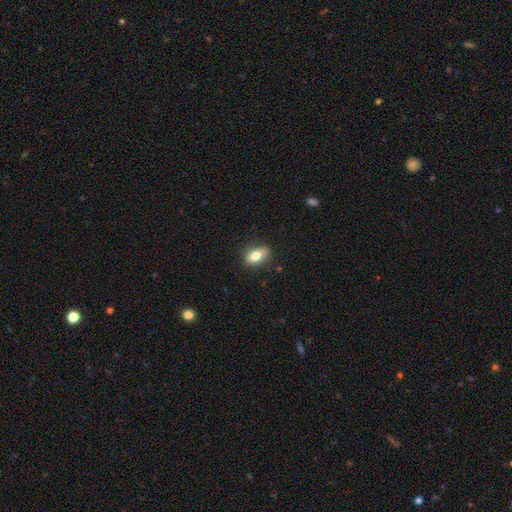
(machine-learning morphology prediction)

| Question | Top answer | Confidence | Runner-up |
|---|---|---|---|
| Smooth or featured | smooth | 73% | featured or disk (19%) |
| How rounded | in between | 81% | round (11%) |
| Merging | none | 80% | minor disturbance (16%) |